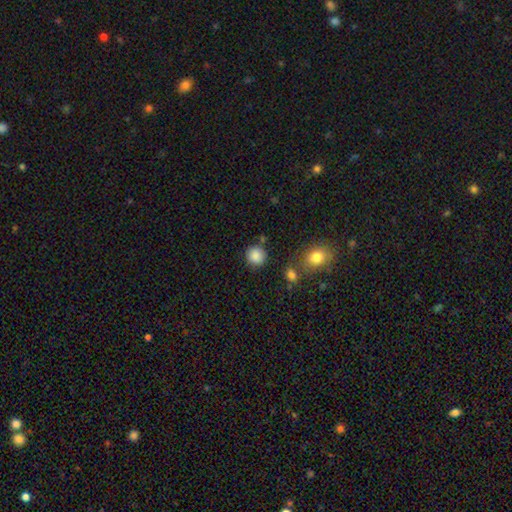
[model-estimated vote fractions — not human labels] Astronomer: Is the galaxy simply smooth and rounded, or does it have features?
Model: smooth — 86%.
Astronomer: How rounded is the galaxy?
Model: round — 90%.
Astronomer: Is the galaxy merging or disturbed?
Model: none — 84%.